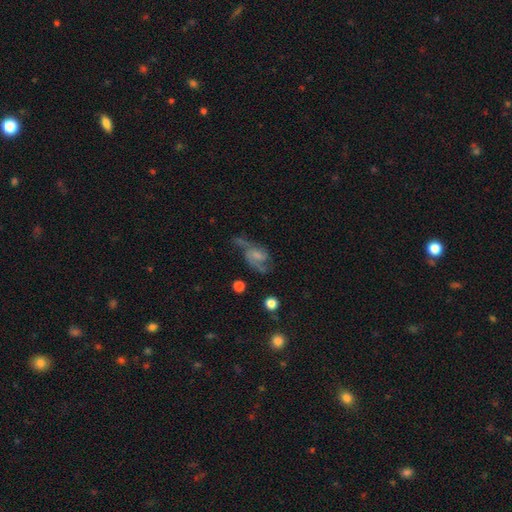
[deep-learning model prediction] Smooth or featured? featured or disk (72%)
Edge-on disk? no (96%)
Bar? no (49%)
Spiral arms? yes (89%)
Spiral winding? loose (46%)
Spiral arm count? 2 (79%)
Bulge size? small (34%)
Merging? none (40%)